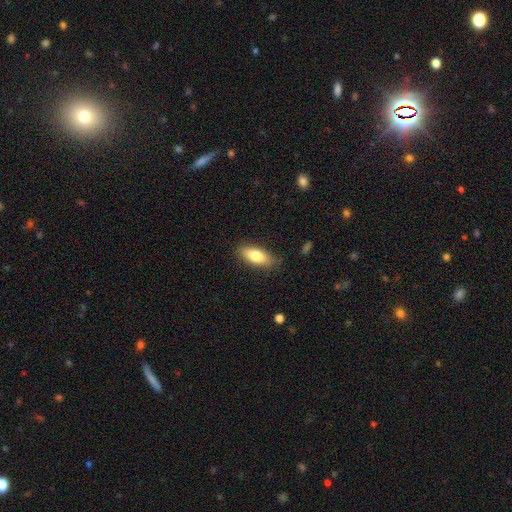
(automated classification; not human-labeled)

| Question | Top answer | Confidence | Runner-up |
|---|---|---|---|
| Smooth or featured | smooth | 79% | featured or disk (15%) |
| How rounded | in between | 75% | cigar-shaped (23%) |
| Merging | none | 83% | minor disturbance (13%) |